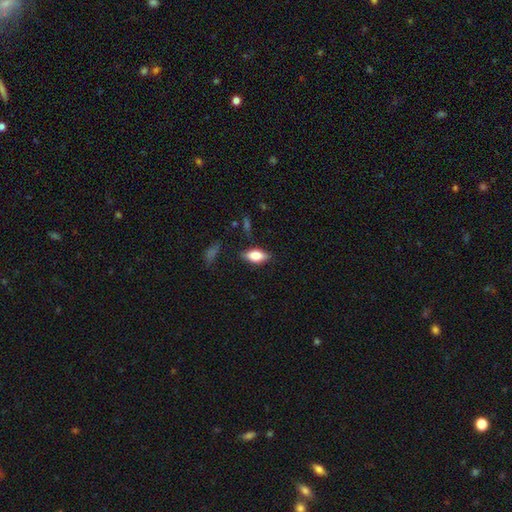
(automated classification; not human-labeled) smooth_or_featured: smooth (p=0.75) [alt: featured or disk p=0.18]
how_rounded: in between (p=0.86) [alt: cigar-shaped p=0.09]
merging: none (p=0.79) [alt: minor disturbance p=0.15]